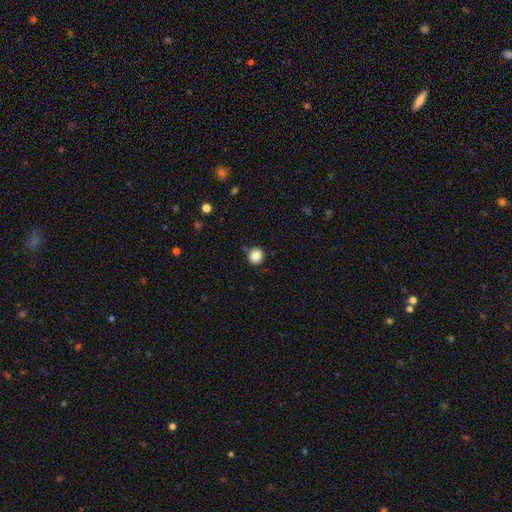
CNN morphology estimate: Smooth or featured?
  - smooth: 85% *
  - star or artifact: 10%
  - featured or disk: 4%
How rounded?
  - round: 93% *
  - in between: 6%
  - cigar-shaped: 1%
Merging?
  - none: 90% *
  - minor disturbance: 6%
  - merger: 2%
  - major disturbance: 2%